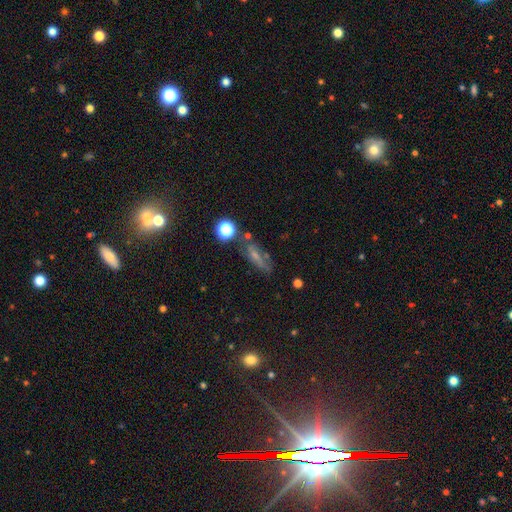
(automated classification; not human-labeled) smooth_or_featured: smooth (p=0.47) [alt: featured or disk p=0.32]
merging: none (p=0.61) [alt: minor disturbance p=0.21]